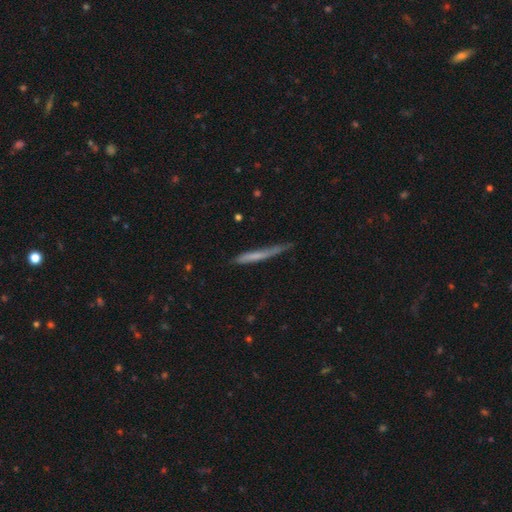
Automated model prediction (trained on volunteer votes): A smooth galaxy with no disk features (59%) that is cigar-shaped (95%). Merging: none (62%).